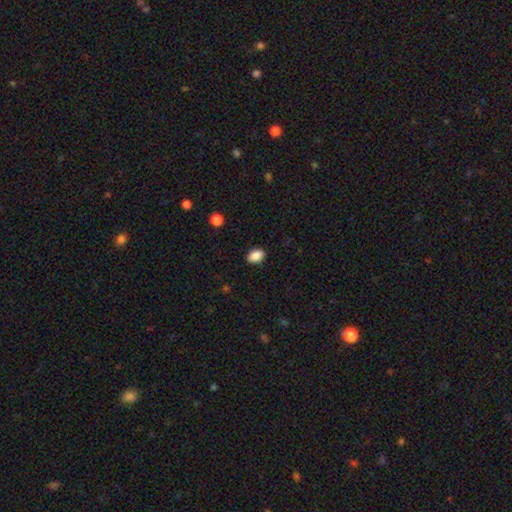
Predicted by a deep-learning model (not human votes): A smooth galaxy with no disk features (88%) that is in between round and cigar-shaped (85%). Merging: none (88%).